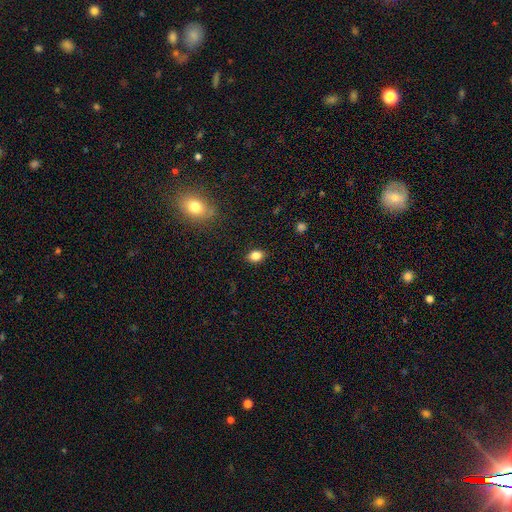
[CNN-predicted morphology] Smooth or featured?
  - smooth: 83% *
  - star or artifact: 11%
  - featured or disk: 6%
How rounded?
  - in between: 67% *
  - round: 32%
  - cigar-shaped: 1%
Merging?
  - none: 87% *
  - minor disturbance: 9%
  - major disturbance: 2%
  - merger: 1%